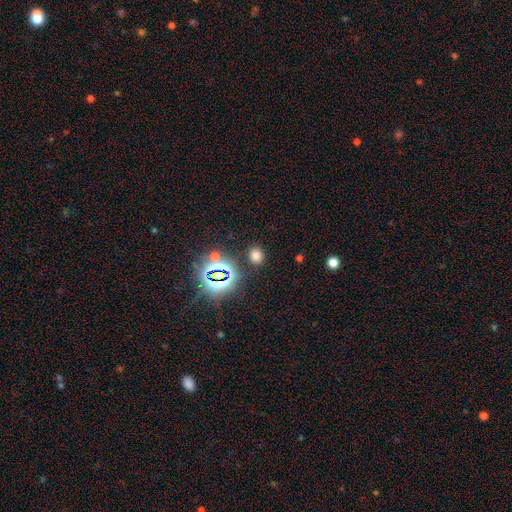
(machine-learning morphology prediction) A smooth galaxy with no disk features (67%) that is round (64%). Merging: none (85%).